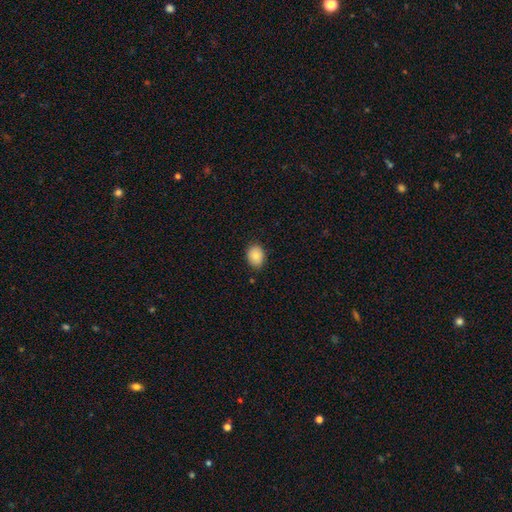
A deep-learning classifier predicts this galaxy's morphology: type=smooth (85%); roundness=in between (61%); merging=none (86%).